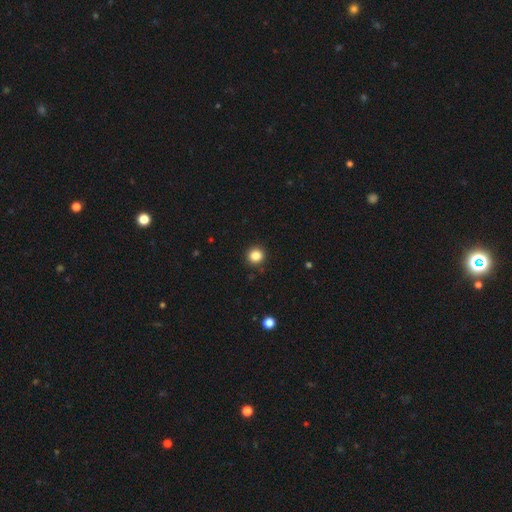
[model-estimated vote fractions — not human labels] Smooth or featured?
  - smooth: 85% *
  - star or artifact: 11%
  - featured or disk: 4%
How rounded?
  - round: 92% *
  - in between: 7%
  - cigar-shaped: 1%
Merging?
  - none: 91% *
  - minor disturbance: 6%
  - major disturbance: 2%
  - merger: 1%